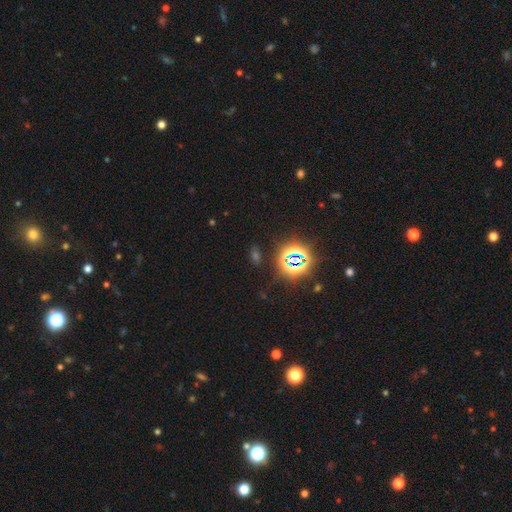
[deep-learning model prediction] This appears to be a star or artifact, not a galaxy (69%).